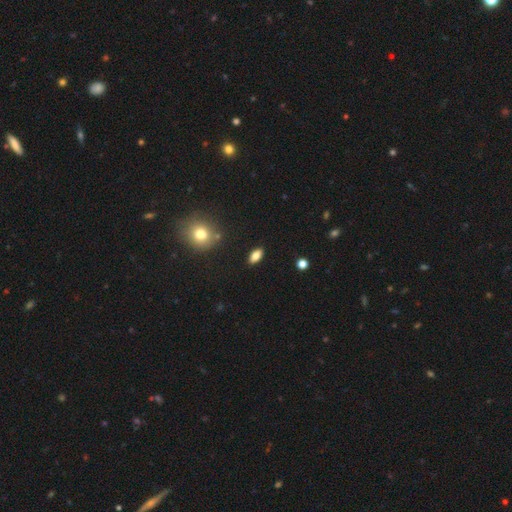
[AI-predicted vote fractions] smooth-or-featured: smooth: 79% | featured or disk: 12% | star or artifact: 8%
  how-rounded: in between: 85% | cigar-shaped: 11% | round: 4%
  merging: none: 88% | minor disturbance: 8% | major disturbance: 2% | merger: 2%